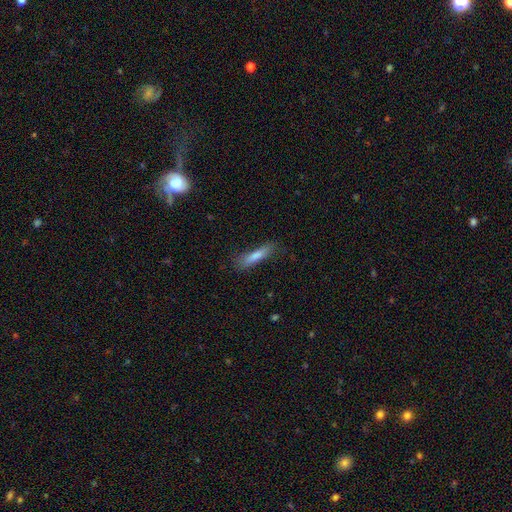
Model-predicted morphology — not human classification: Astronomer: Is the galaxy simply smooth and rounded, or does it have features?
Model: smooth — 78%.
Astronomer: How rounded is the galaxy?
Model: cigar-shaped — 82%.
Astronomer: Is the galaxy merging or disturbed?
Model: none — 73%.